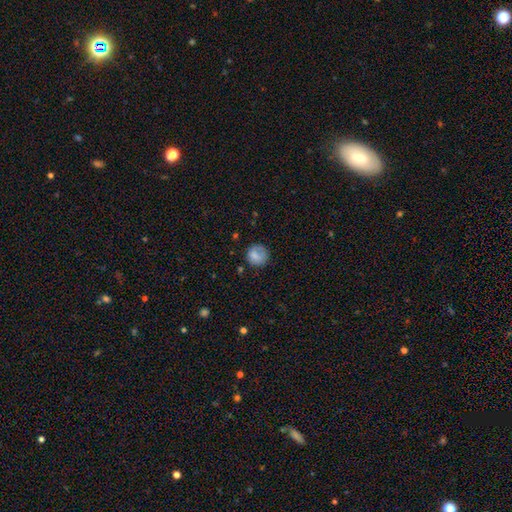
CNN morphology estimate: type=smooth (77%); roundness=round (87%); merging=none (70%).